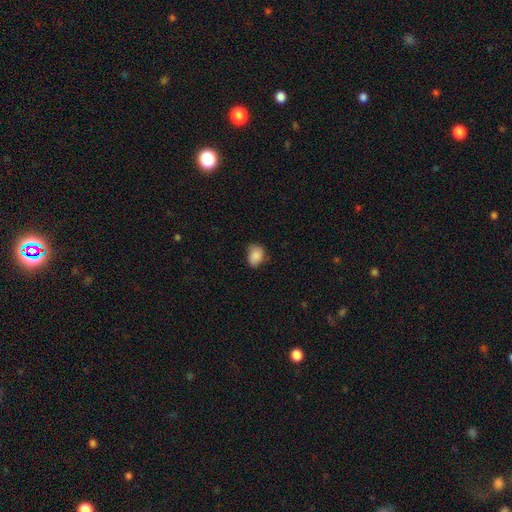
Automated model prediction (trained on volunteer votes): This appears to be a smooth galaxy with no disk features (86%) that is in between round and cigar-shaped (69%). Merging: none (65%).